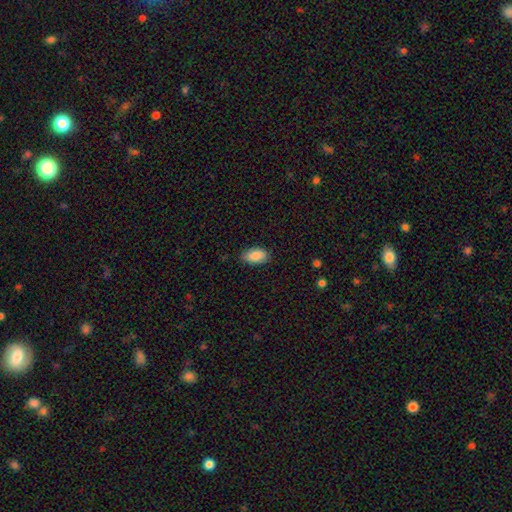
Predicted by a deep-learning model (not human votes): A smooth galaxy with no disk features (87%) that is in between round and cigar-shaped (93%).

Vote fractions:
- Smooth or featured? smooth: 87% / star or artifact: 7% / featured or disk: 6%
- How rounded? in between: 93% / round: 4% / cigar-shaped: 2%
- Merging? none: 83% / minor disturbance: 14% / major disturbance: 2% / merger: 1%